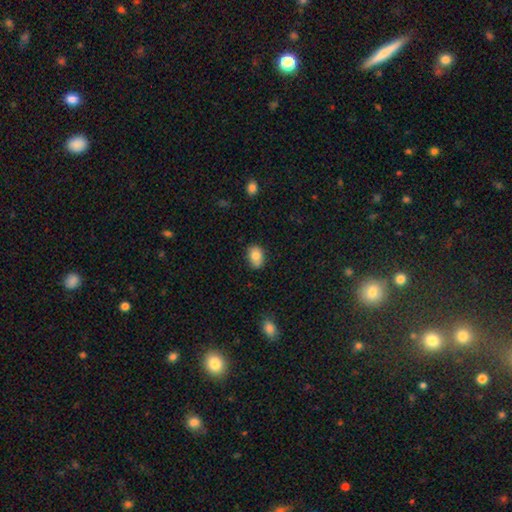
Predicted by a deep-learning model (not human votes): smooth_or_featured: smooth (p=0.80) [alt: featured or disk p=0.11]
how_rounded: in between (p=0.70) [alt: round p=0.29]
merging: none (p=0.74) [alt: minor disturbance p=0.21]